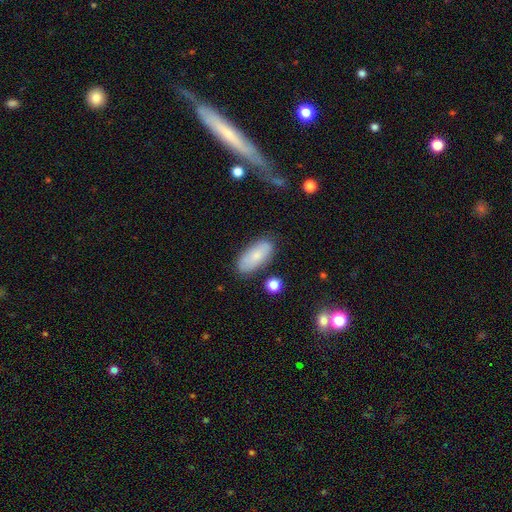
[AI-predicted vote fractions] smooth_or_featured: smooth (p=0.74) [alt: featured or disk p=0.19]
how_rounded: in between (p=0.89) [alt: cigar-shaped p=0.08]
merging: none (p=0.79) [alt: minor disturbance p=0.15]